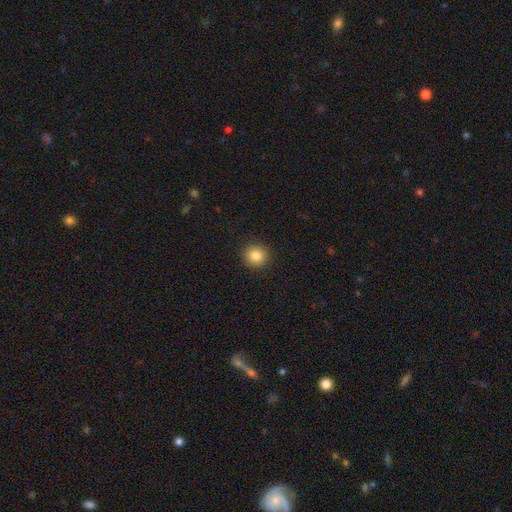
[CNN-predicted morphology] This is clearly a smooth galaxy (85%). How rounded: clearly round (93%). Merging: clearly none (91%).